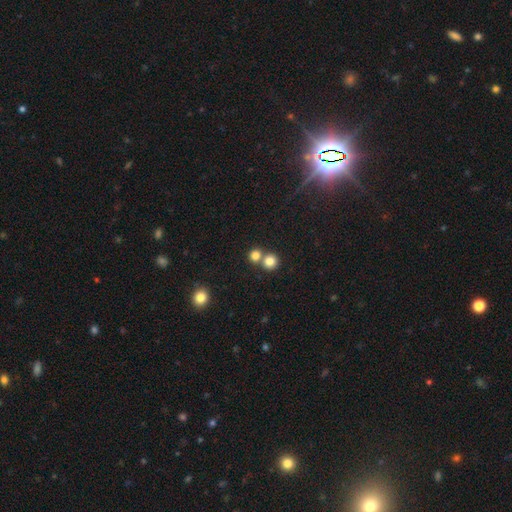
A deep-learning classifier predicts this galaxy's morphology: Smooth or featured? Predicted: smooth (p=0.82). How rounded? Predicted: round (p=0.87). Merging? Predicted: none (p=0.54).